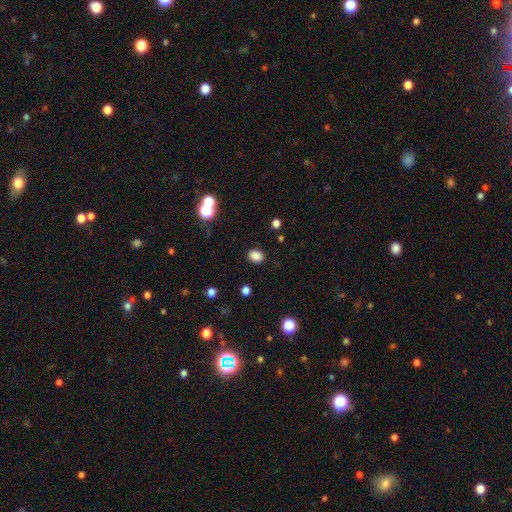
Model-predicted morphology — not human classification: A smooth galaxy with no disk features (84%) that is in between round and cigar-shaped (65%).

Vote fractions:
- Smooth or featured? smooth: 84% / star or artifact: 12% / featured or disk: 4%
- How rounded? in between: 65% / round: 34% / cigar-shaped: 1%
- Merging? none: 87% / minor disturbance: 9% / major disturbance: 3% / merger: 1%